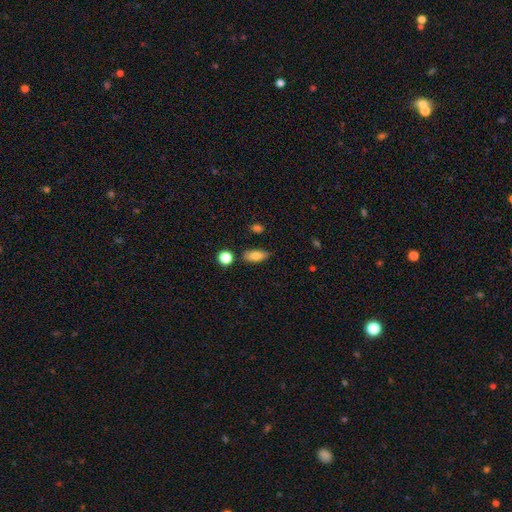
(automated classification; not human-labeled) A smooth galaxy with no disk features (80%) that is in between round and cigar-shaped (80%). Merging: none (77%).